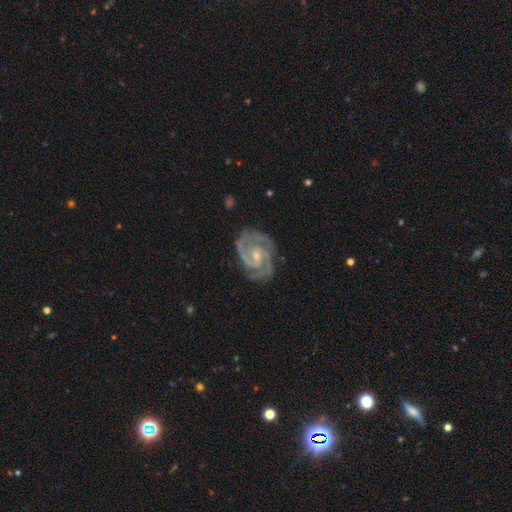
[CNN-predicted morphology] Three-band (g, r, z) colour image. It shows a featured or disk galaxy (93%) with a weak bar (45%), 2 (61%) tight (58%) spiral arms (99%) and a small central bulge (61%). Merging: none (77%).